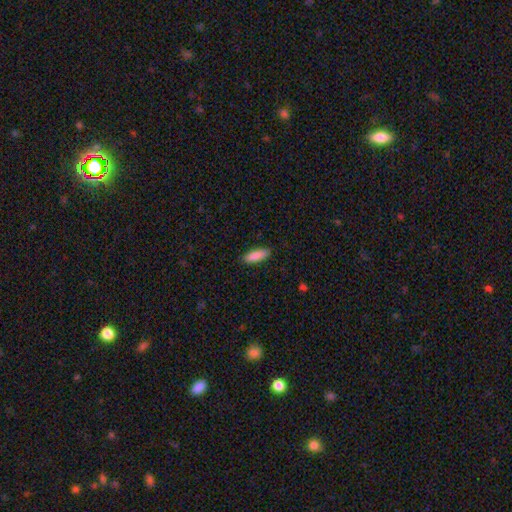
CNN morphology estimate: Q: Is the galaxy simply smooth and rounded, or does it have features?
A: smooth — 89%.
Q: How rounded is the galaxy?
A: in between — 61%.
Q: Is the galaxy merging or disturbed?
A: none — 88%.